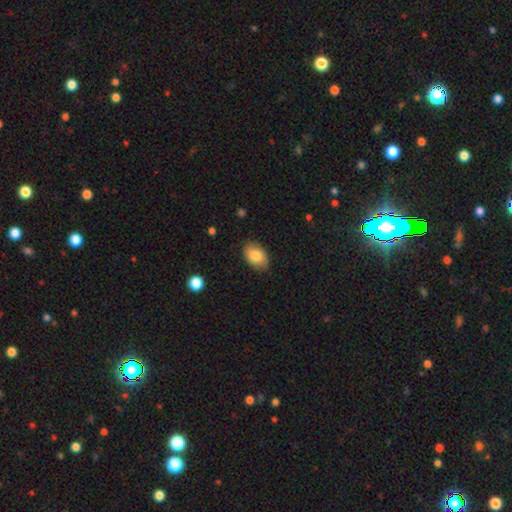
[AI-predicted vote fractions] The model was most divided on "merging": none: 81%, minor disturbance: 16%, major disturbance: 3%, merger: 1%. More confident: how rounded — in between (87%); smooth or featured — smooth (82%).